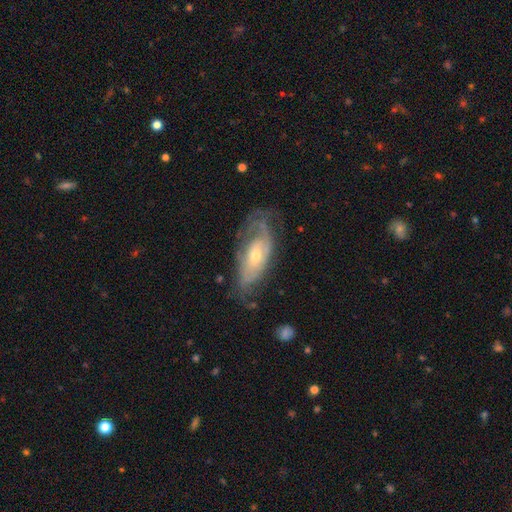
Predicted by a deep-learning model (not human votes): Overall: featured or disk (72%). Edge-on disk: no (88%). Bar: no (69%). Spiral arms: yes (79%). Bulge size: moderate (51%; small 44%). Merging: none (52%; minor disturbance 27%).